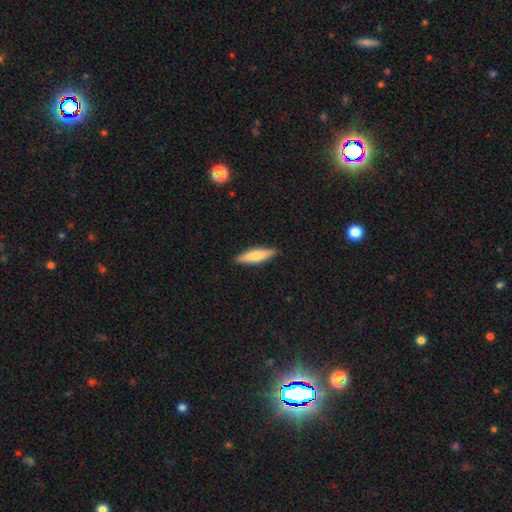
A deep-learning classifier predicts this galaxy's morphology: smooth 68%, featured or disk 26%, star or artifact 5%. Down the decision tree: how rounded — cigar-shaped (73%); merging — none (90%).